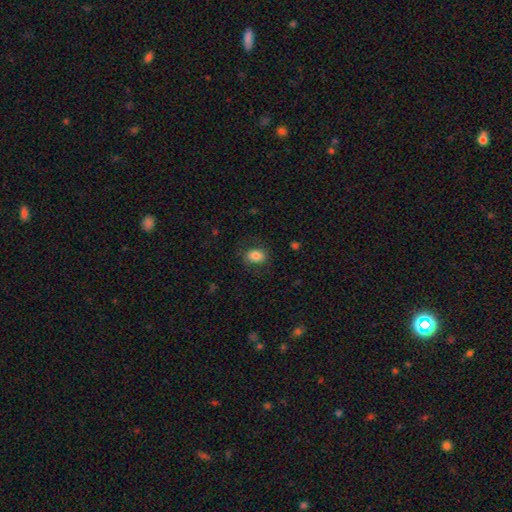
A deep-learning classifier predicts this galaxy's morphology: smooth 81%, featured or disk 11%, star or artifact 9%. Down the decision tree: how rounded — in between (66%); merging — none (78%).